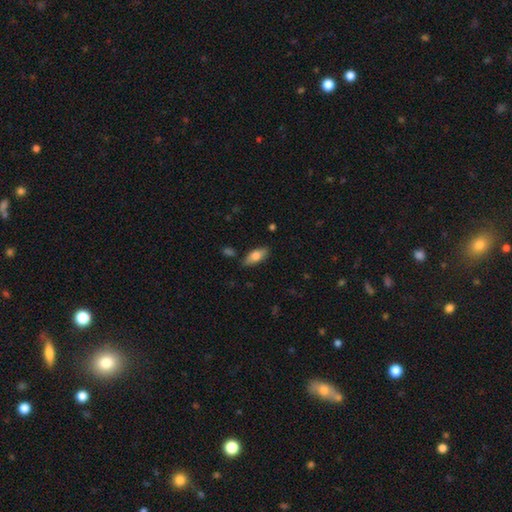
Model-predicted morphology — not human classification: Smooth or featured?
  - smooth: 77% *
  - featured or disk: 17%
  - star or artifact: 7%
How rounded?
  - in between: 84% *
  - cigar-shaped: 14%
  - round: 3%
Merging?
  - none: 81% *
  - minor disturbance: 14%
  - major disturbance: 3%
  - merger: 2%